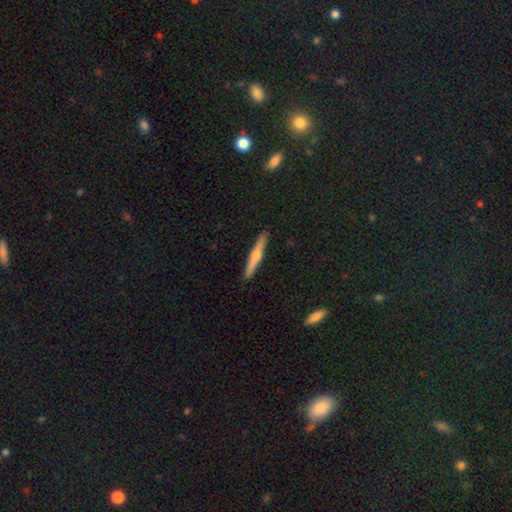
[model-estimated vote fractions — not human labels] Q: Smooth or featured?
A: featured or disk (55%); runner-up: smooth (39%)
Q: Edge-on disk?
A: yes (97%); runner-up: no (3%)
Q: Edge-on bulge?
A: rounded (86%); runner-up: none (10%)
Q: Merging?
A: none (91%); runner-up: minor disturbance (6%)